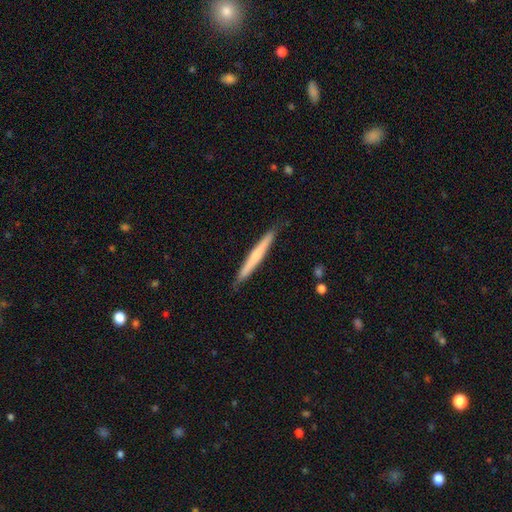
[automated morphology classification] Q: Smooth or featured?
A: smooth (52%); runner-up: featured or disk (42%)
Q: How rounded?
A: cigar-shaped (96%); runner-up: in between (2%)
Q: Merging?
A: none (88%); runner-up: minor disturbance (9%)